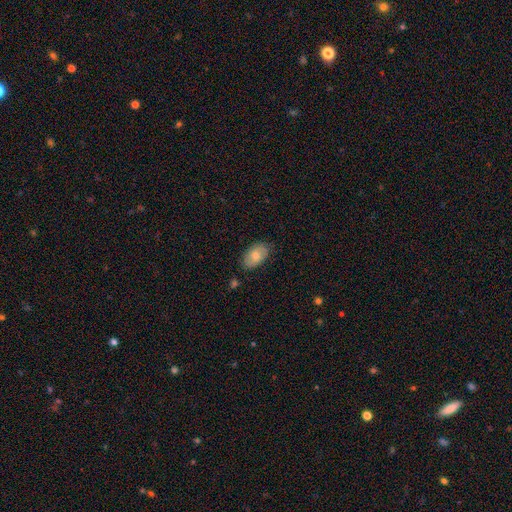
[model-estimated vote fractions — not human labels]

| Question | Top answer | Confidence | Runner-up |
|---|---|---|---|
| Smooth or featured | smooth | 73% | featured or disk (20%) |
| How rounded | in between | 93% | round (6%) |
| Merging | none | 79% | minor disturbance (17%) |